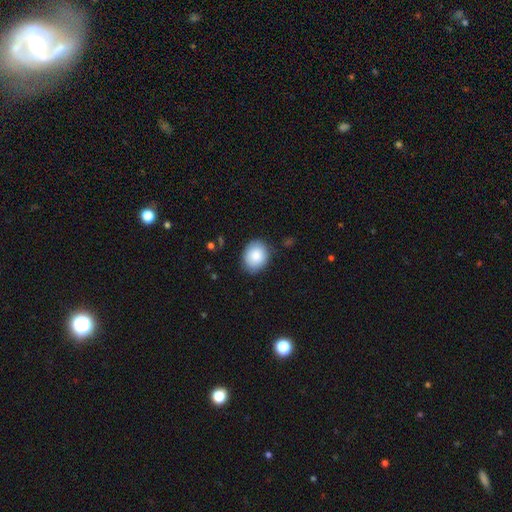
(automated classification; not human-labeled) Smooth or featured? Predicted: smooth (p=0.87). How rounded? Predicted: round (p=0.60). Merging? Predicted: none (p=0.84).